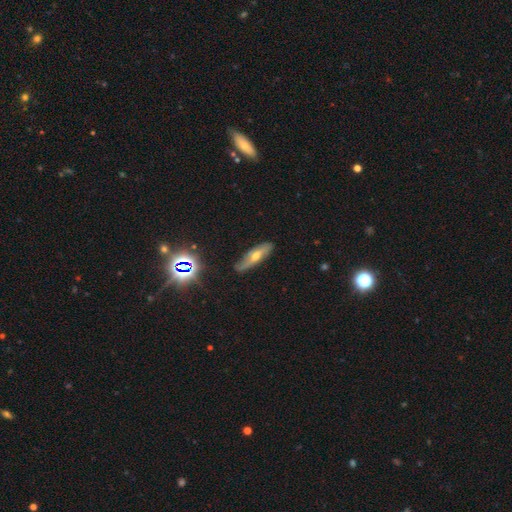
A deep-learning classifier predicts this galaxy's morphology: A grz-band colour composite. It shows a featured or disk galaxy (53%) viewed edge-on (52%). Merging: none (74%).